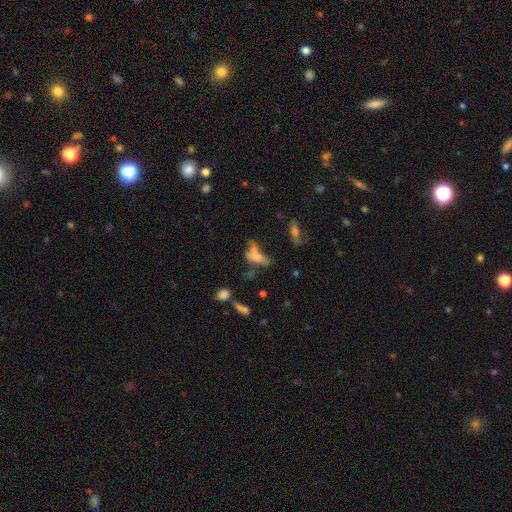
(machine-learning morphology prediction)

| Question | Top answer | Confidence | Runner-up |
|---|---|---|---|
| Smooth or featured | smooth | 53% | featured or disk (31%) |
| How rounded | in between | 68% | cigar-shaped (23%) |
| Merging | merger | 36% | none (26%) |